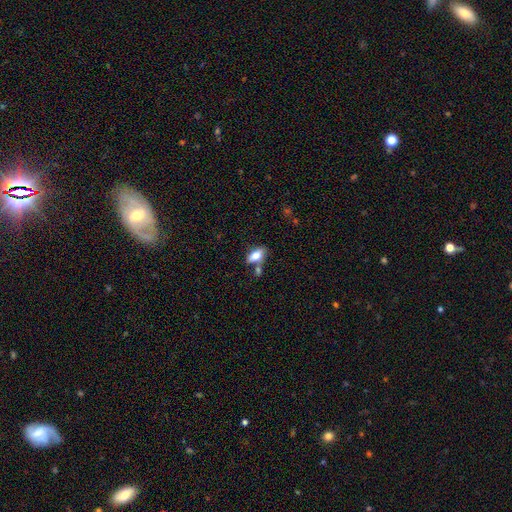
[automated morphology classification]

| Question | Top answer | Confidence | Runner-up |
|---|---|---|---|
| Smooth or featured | smooth | 73% | featured or disk (19%) |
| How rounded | in between | 87% | cigar-shaped (9%) |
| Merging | none | 60% | merger (19%) |